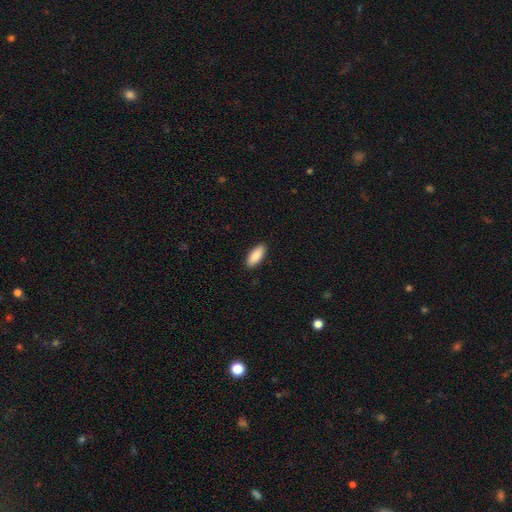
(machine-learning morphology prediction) Smooth or featured? smooth (89%)
How rounded? in between (82%)
Merging? none (90%)